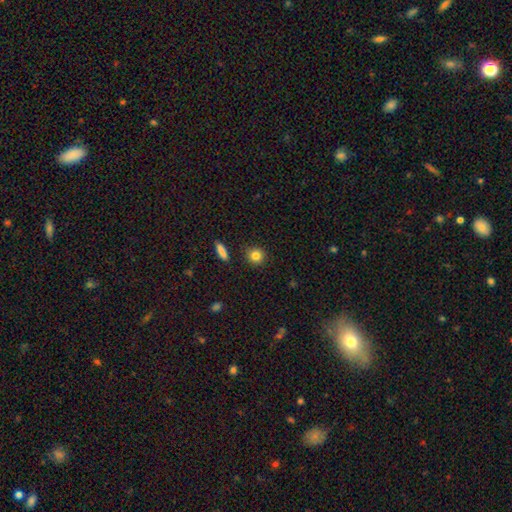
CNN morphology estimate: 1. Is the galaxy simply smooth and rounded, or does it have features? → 84% smooth, 10% star or artifact, 6% featured or disk.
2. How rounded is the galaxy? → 89% round, 9% in between, 1% cigar-shaped.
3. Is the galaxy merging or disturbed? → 90% none, 6% minor disturbance, 2% major disturbance, 2% merger.